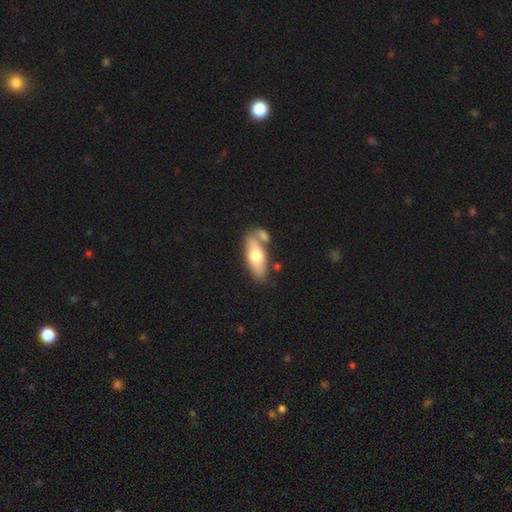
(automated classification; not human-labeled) This is likely a smooth galaxy (63%). How rounded: likely in between (71%). Merging: likely none (60%).